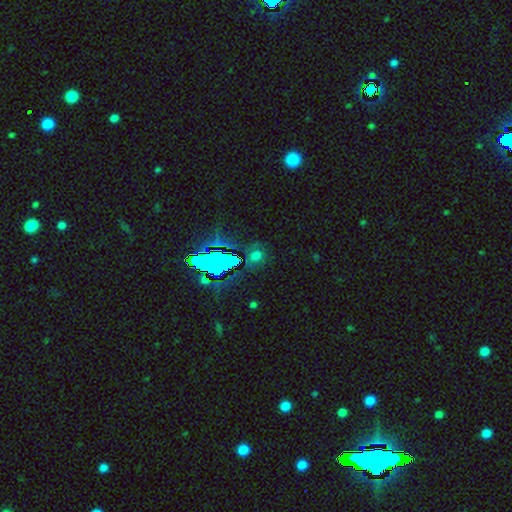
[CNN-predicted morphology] Overall: smooth (47%; star or artifact 39%). Merging: none (72%).